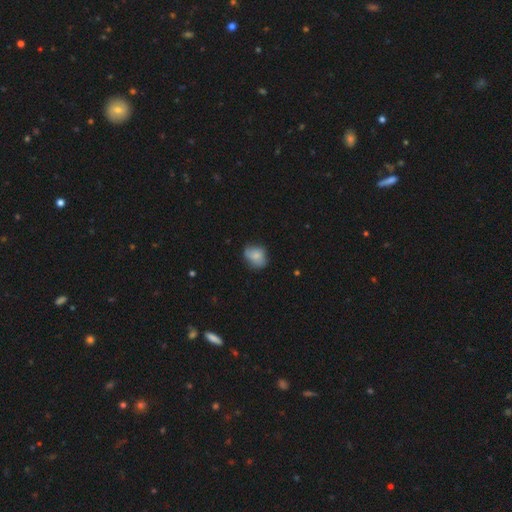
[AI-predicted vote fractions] Smooth or featured? smooth (75%)
How rounded? in between (53%)
Merging? none (61%)